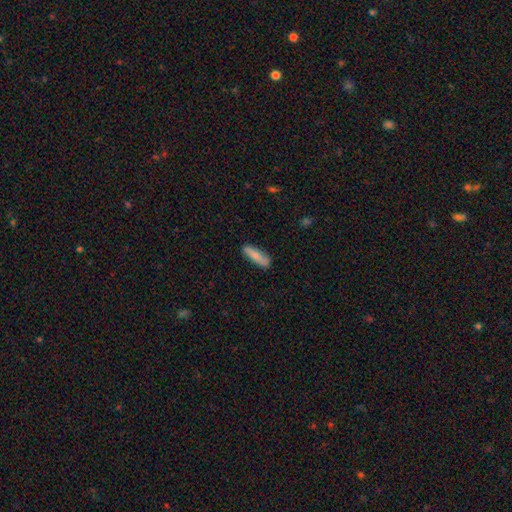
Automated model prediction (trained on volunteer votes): A smooth galaxy with no disk features (76%) that is cigar-shaped (62%). Merging: none (80%).